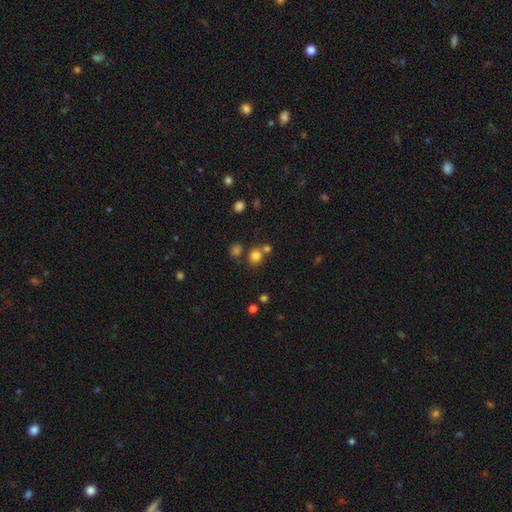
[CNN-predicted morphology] This appears to be a smooth galaxy with no disk features (78%) that is round (86%). Merging: none (67%).